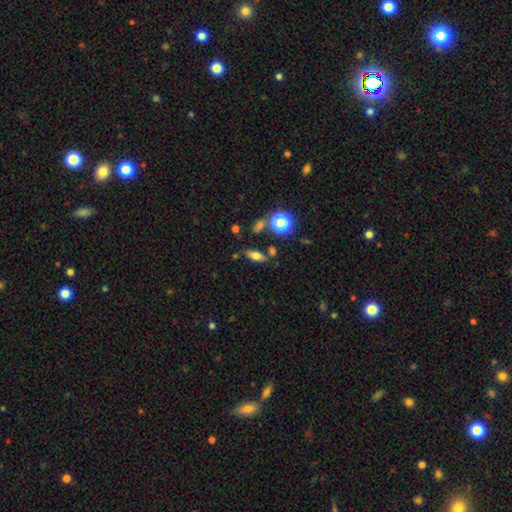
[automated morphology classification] Smooth or featured? smooth (59%)
How rounded? in between (68%)
Merging? none (76%)